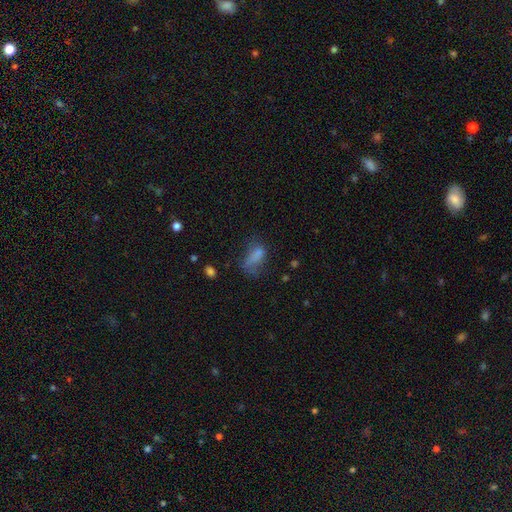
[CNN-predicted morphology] Smooth or featured?
  - smooth: 69% *
  - featured or disk: 18%
  - star or artifact: 14%
How rounded?
  - in between: 83% *
  - cigar-shaped: 10%
  - round: 7%
Merging?
  - major disturbance: 43% *
  - none: 28%
  - minor disturbance: 24%
  - merger: 5%